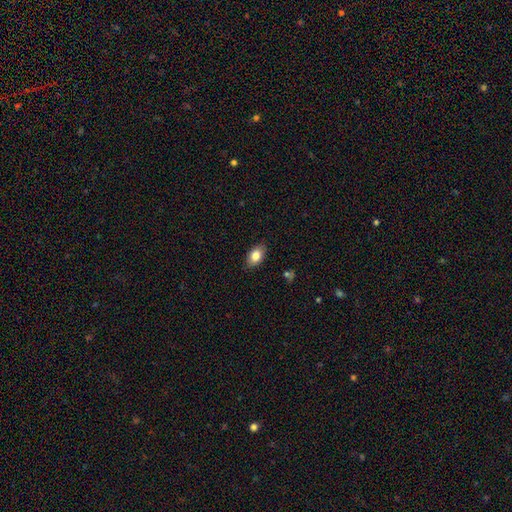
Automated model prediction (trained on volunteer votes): Smooth or featured: smooth — 83% (featured or disk — 10%)
How rounded: in between — 90% (round — 9%)
Merging: none — 87% (minor disturbance — 10%)